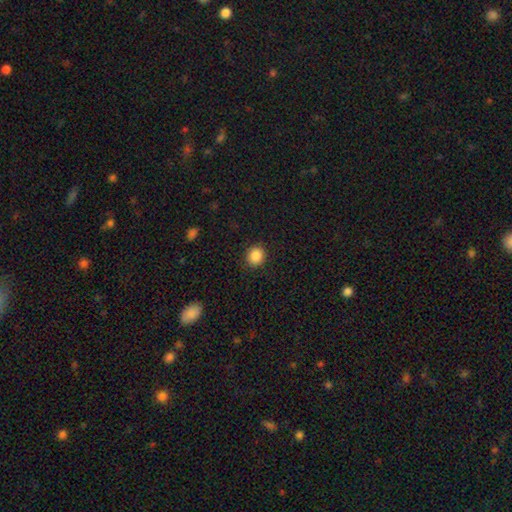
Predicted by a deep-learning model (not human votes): smooth 88%, star or artifact 9%, featured or disk 3%. Down the decision tree: how rounded — round (81%); merging — none (90%).